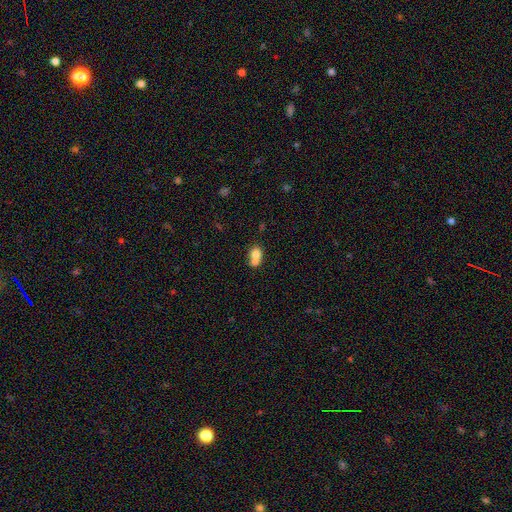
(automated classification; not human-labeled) Smooth or featured? smooth (74%)
How rounded? in between (53%)
Merging? merger (60%)